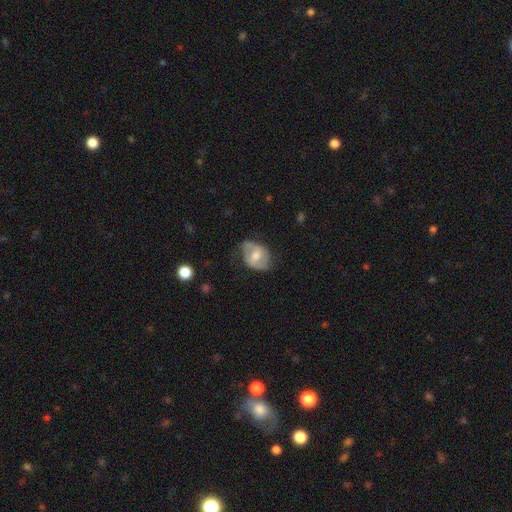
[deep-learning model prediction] featured or disk 52%, smooth 42%, star or artifact 7%. Down the decision tree: edge-on disk — no (94%); merging — none (60%).